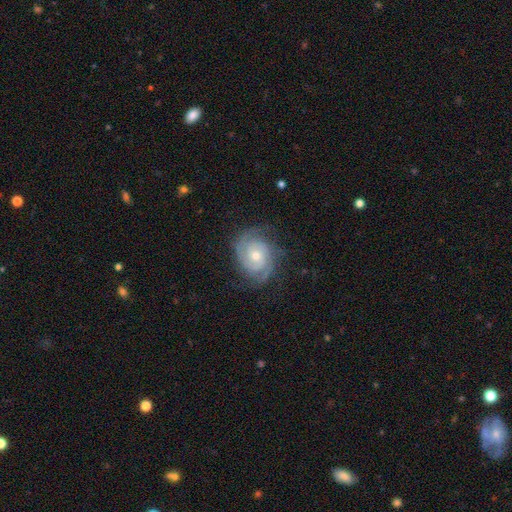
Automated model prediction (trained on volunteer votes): smooth-or-featured: featured or disk: 87% | smooth: 8% | star or artifact: 5%
  disk-edge-on: no: 98% | yes: 2%
    bar: no: 73% | weak: 23% | strong: 4%
    has-spiral-arms: yes: 97% | no: 3%
      spiral-winding: tight: 67% | medium: 28% | loose: 5%
      spiral-arm-count: 2: 39% | 3: 29% | can't tell: 17% | 4: 7% | 1: 5% | more than 4: 4%
    bulge-size: moderate: 54% | small: 42% | large: 2% | none: 1% | dominant: 1%
  merging: none: 76% | minor disturbance: 17% | major disturbance: 6% | merger: 1%